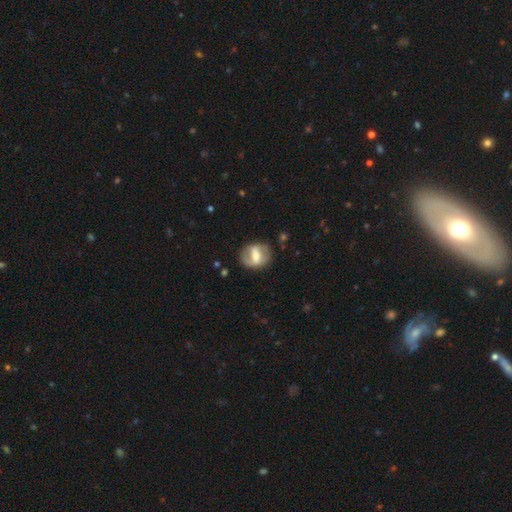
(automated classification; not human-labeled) smooth-or-featured: featured or disk: 60% | smooth: 33% | star or artifact: 6%
  disk-edge-on: no: 93% | yes: 7%
    bar: strong: 55% | weak: 31% | no: 14%
    has-spiral-arms: no: 51% | yes: 49%
    bulge-size: moderate: 53% | small: 26% | large: 15% | none: 5% | dominant: 2%
  merging: none: 75% | minor disturbance: 16% | major disturbance: 7% | merger: 2%